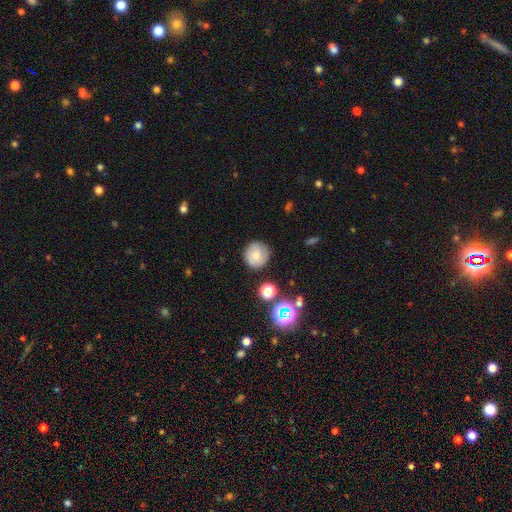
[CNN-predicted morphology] Smooth or featured?
  - smooth: 76% *
  - featured or disk: 13%
  - star or artifact: 11%
How rounded?
  - round: 92% *
  - in between: 7%
  - cigar-shaped: 1%
Merging?
  - none: 83% *
  - minor disturbance: 12%
  - major disturbance: 3%
  - merger: 2%